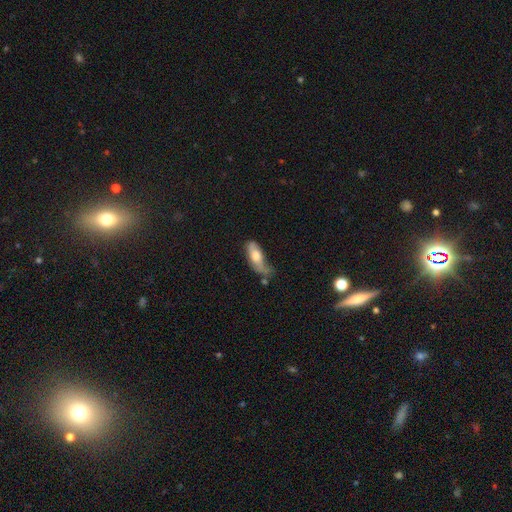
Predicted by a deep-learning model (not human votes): This is likely a smooth galaxy (65%). How rounded: likely in between (69%). Merging: marginally minor disturbance (35%).